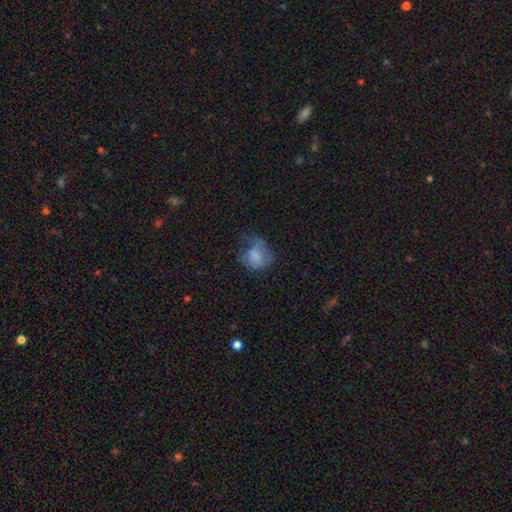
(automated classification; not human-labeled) A smooth galaxy with no disk features (59%) that is round (53%).

Vote fractions:
- Smooth or featured? smooth: 59% / featured or disk: 29% / star or artifact: 11%
- How rounded? round: 53% / in between: 46% / cigar-shaped: 1%
- Merging? major disturbance: 37% / none: 33% / minor disturbance: 27% / merger: 2%